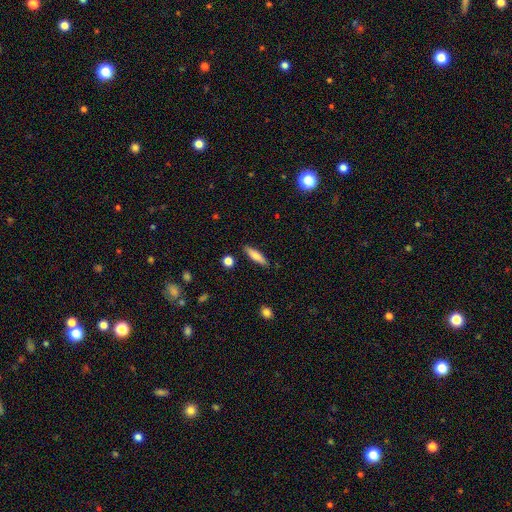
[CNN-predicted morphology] Smooth or featured: smooth — 71% (featured or disk — 23%)
How rounded: cigar-shaped — 72% (in between — 26%)
Merging: none — 87% (minor disturbance — 9%)